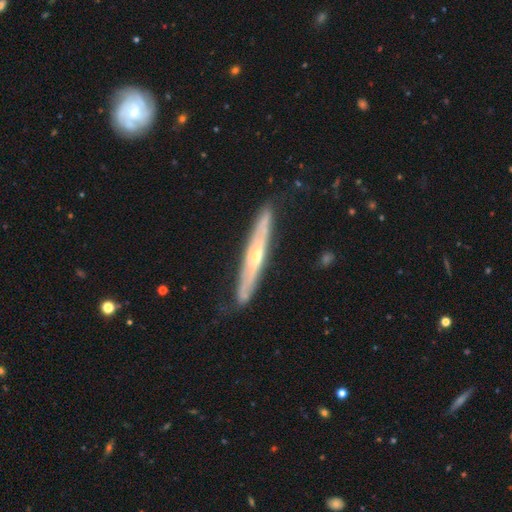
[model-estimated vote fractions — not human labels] Smooth or featured?
  - featured or disk: 72% *
  - smooth: 23%
  - star or artifact: 6%
Edge-on disk?
  - yes: 84% *
  - no: 16%
Edge-on bulge?
  - rounded: 74% *
  - none: 23%
  - boxy: 3%
Merging?
  - none: 81% *
  - minor disturbance: 15%
  - major disturbance: 3%
  - merger: 2%